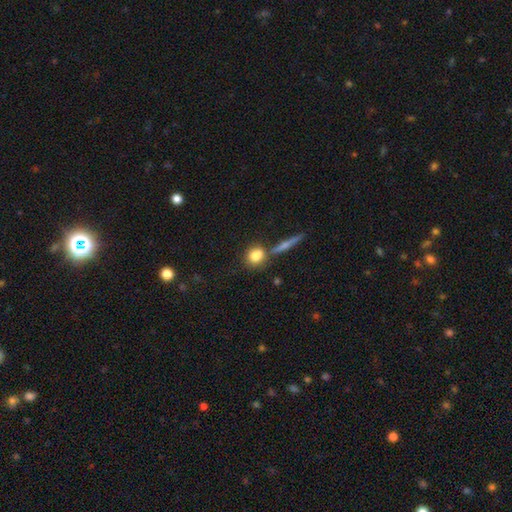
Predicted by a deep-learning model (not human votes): Smooth or featured: smooth — 79% (featured or disk — 11%)
How rounded: round — 78% (in between — 18%)
Merging: none — 64% (merger — 20%)